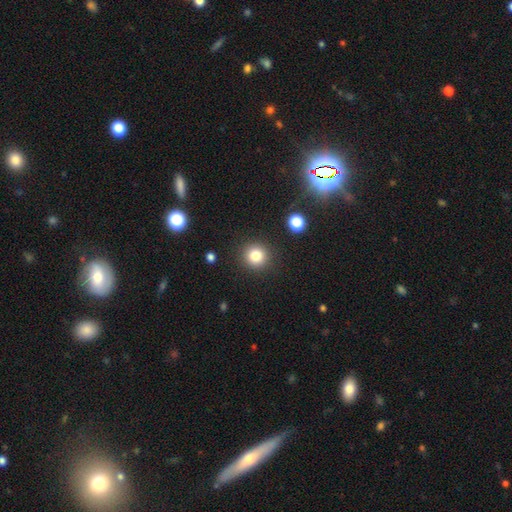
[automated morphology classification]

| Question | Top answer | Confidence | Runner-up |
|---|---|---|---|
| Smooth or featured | smooth | 82% | star or artifact (12%) |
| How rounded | round | 93% | in between (7%) |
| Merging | none | 90% | minor disturbance (6%) |